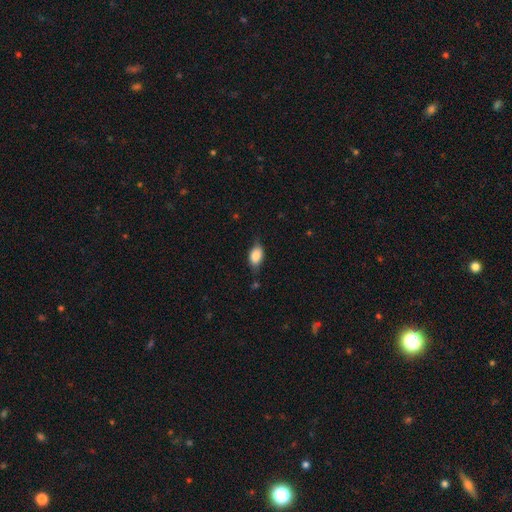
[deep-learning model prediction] Smooth or featured: smooth — 76% (featured or disk — 16%)
How rounded: in between — 84% (round — 11%)
Merging: none — 63% (minor disturbance — 28%)